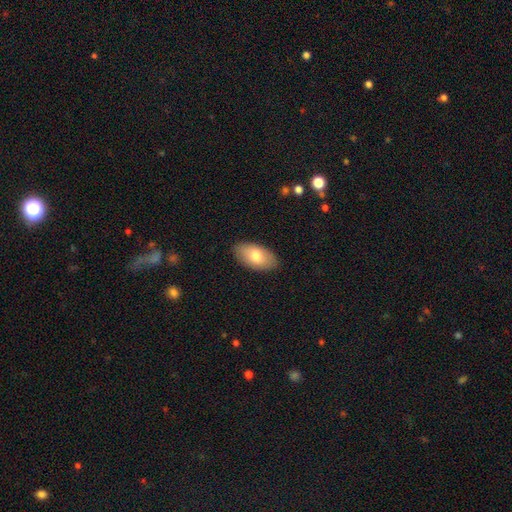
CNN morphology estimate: Smooth or featured? smooth (77%)
How rounded? in between (95%)
Merging? none (87%)